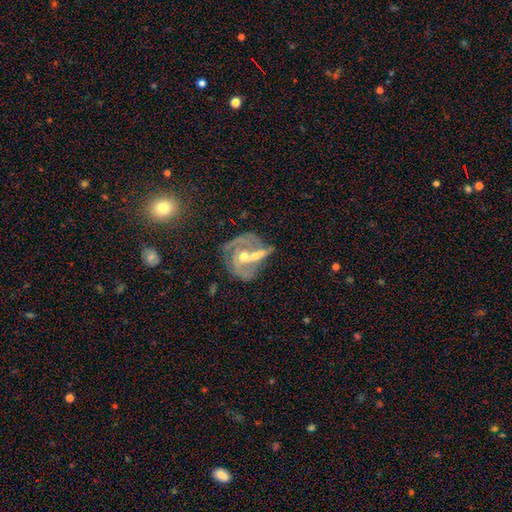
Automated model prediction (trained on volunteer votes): smooth_or_featured: featured or disk (p=0.72) [alt: smooth p=0.21]
disk_edge_on: no (p=0.95) [alt: yes p=0.05]
bar: no (p=0.58) [alt: weak p=0.30]
has_spiral_arms: yes (p=0.78) [alt: no p=0.22]
spiral_winding: medium (p=0.42) [alt: tight p=0.38]
spiral_arm_count: 2 (p=0.47) [alt: can't tell p=0.23]
bulge_size: moderate (p=0.70) [alt: small p=0.21]
merging: merger (p=0.59) [alt: none p=0.20]